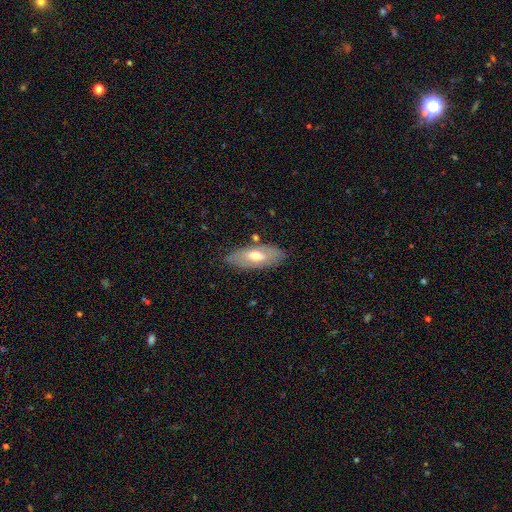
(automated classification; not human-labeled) smooth 49%, featured or disk 44%, star or artifact 7%. Down the decision tree: merging — none (80%).